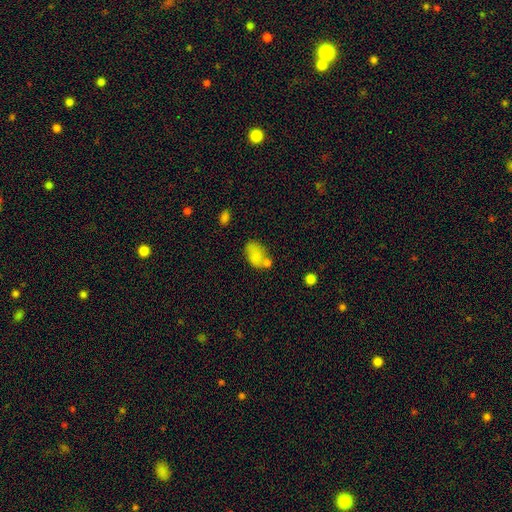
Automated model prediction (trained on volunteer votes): Smooth or featured?
  - smooth: 78% *
  - featured or disk: 12%
  - star or artifact: 10%
How rounded?
  - in between: 87% *
  - round: 11%
  - cigar-shaped: 2%
Merging?
  - none: 44% *
  - merger: 27%
  - minor disturbance: 20%
  - major disturbance: 9%